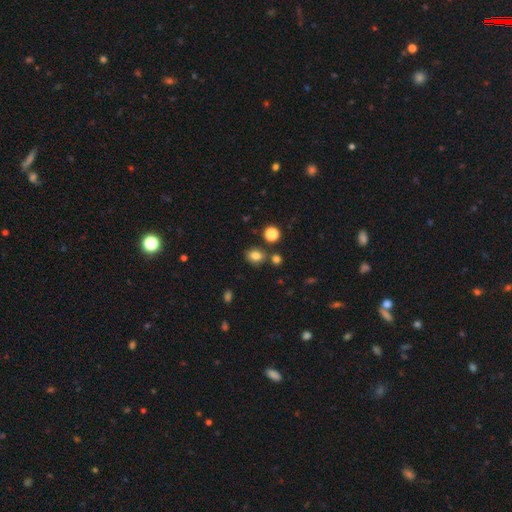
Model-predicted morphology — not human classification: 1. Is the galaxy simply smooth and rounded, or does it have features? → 80% smooth, 14% star or artifact, 7% featured or disk.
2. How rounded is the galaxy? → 52% round, 47% in between, 1% cigar-shaped.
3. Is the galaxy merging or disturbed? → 76% none, 11% minor disturbance, 9% merger, 3% major disturbance.